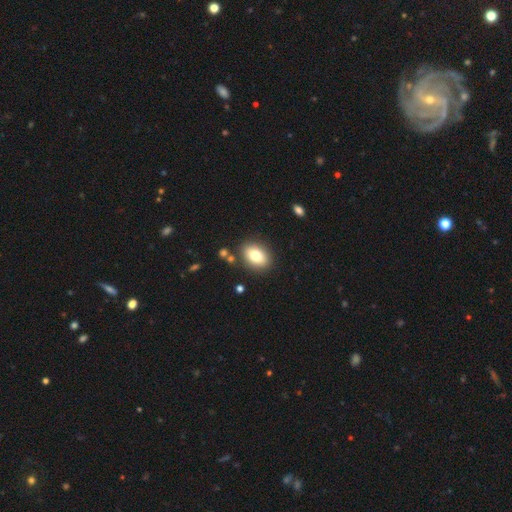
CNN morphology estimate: smooth-or-featured: smooth: 80% | featured or disk: 12% | star or artifact: 9%
  how-rounded: in between: 81% | round: 18% | cigar-shaped: 1%
  merging: none: 84% | minor disturbance: 9% | merger: 4% | major disturbance: 3%